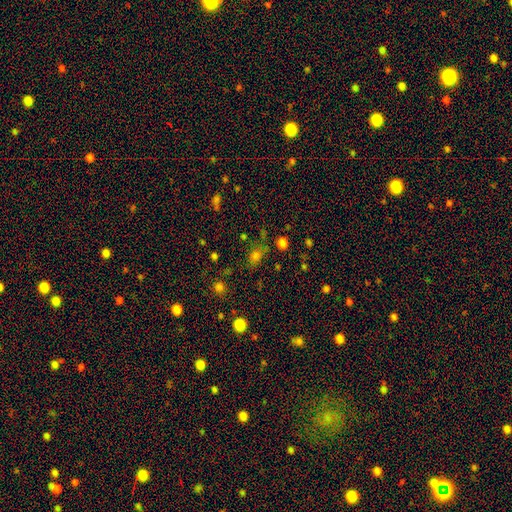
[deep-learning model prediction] The model was most divided on "how rounded": in between: 57%, round: 41%, cigar-shaped: 3%. More confident: merging — none (71%); smooth or featured — smooth (69%).